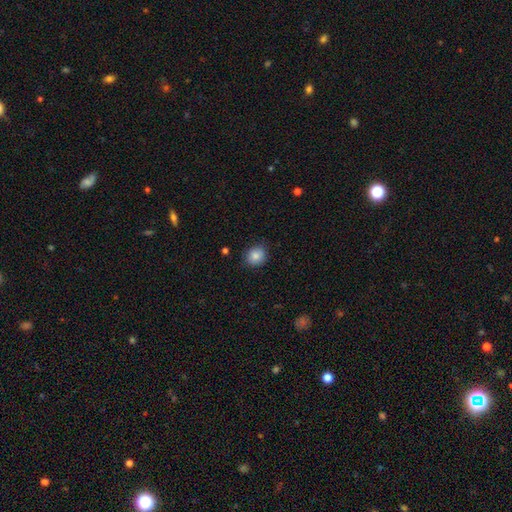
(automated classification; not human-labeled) A smooth galaxy with no disk features (84%) that is round (81%).

Vote fractions:
- Smooth or featured? smooth: 84% / star or artifact: 10% / featured or disk: 6%
- How rounded? round: 81% / in between: 18% / cigar-shaped: 1%
- Merging? none: 85% / minor disturbance: 11% / major disturbance: 2% / merger: 1%